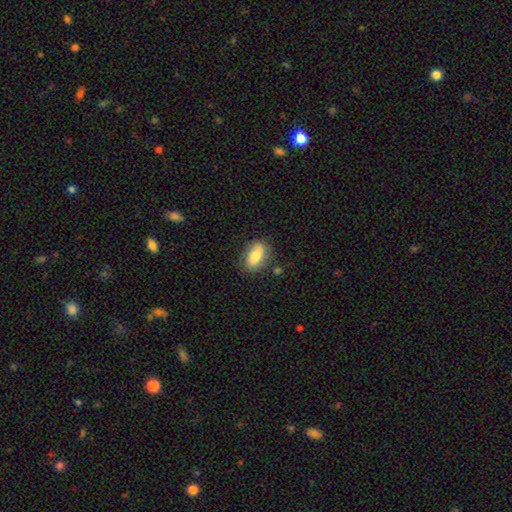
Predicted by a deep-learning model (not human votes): Smooth or featured: smooth — 77% (featured or disk — 16%)
How rounded: in between — 84% (cigar-shaped — 9%)
Merging: none — 78% (minor disturbance — 15%)